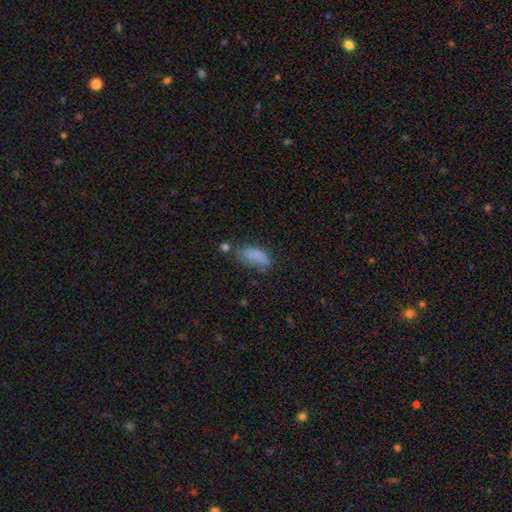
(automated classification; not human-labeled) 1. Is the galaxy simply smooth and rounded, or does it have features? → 80% smooth, 10% star or artifact, 10% featured or disk.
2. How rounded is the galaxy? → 81% in between, 16% cigar-shaped, 3% round.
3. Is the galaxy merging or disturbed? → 51% none, 27% minor disturbance, 12% major disturbance, 9% merger.